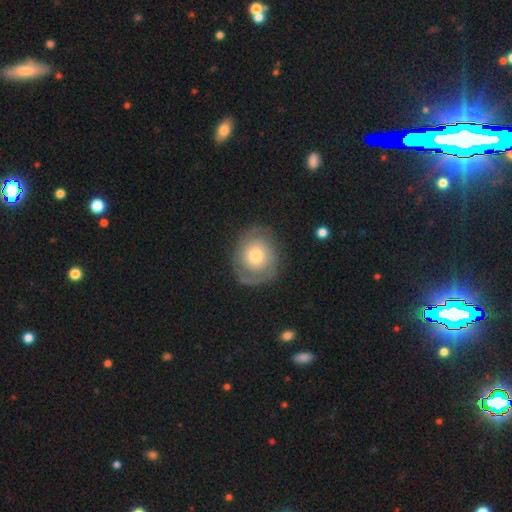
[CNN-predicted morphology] Smooth or featured?
  - featured or disk: 62% *
  - smooth: 32%
  - star or artifact: 6%
Edge-on disk?
  - no: 96% *
  - yes: 4%
Bar?
  - no: 82% *
  - weak: 14%
  - strong: 3%
Spiral arms?
  - yes: 78% *
  - no: 22%
Bulge size?
  - moderate: 66% *
  - small: 17%
  - large: 14%
  - dominant: 2%
  - none: 1%
Merging?
  - none: 77% *
  - minor disturbance: 15%
  - major disturbance: 7%
  - merger: 1%